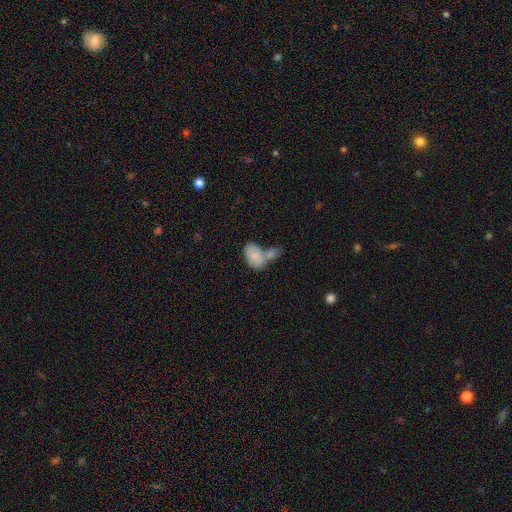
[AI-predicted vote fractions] A smooth galaxy with no disk features (81%) that is in between round and cigar-shaped (91%). Merging: merger (60%).